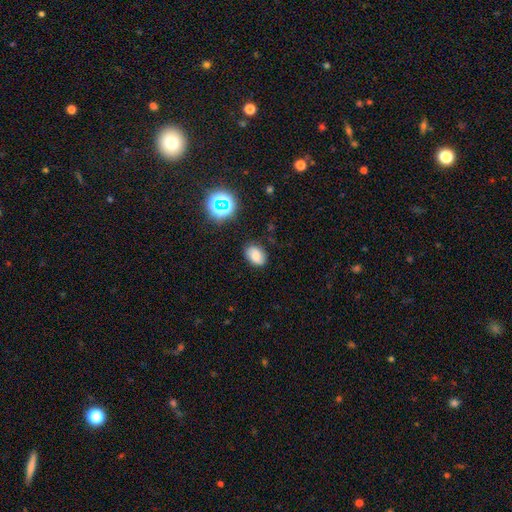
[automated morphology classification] smooth-or-featured: smooth: 70% | featured or disk: 16% | star or artifact: 15%
  how-rounded: in between: 77% | round: 22% | cigar-shaped: 1%
  merging: none: 81% | minor disturbance: 14% | major disturbance: 3% | merger: 2%